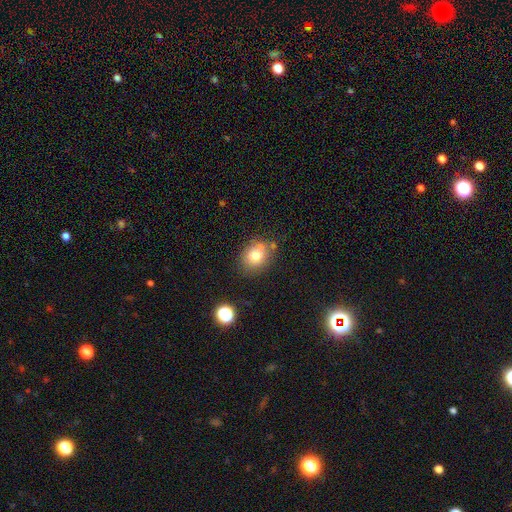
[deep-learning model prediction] Overall: smooth (74%). How rounded: round (65%; in between 34%). Merging: none (69%).